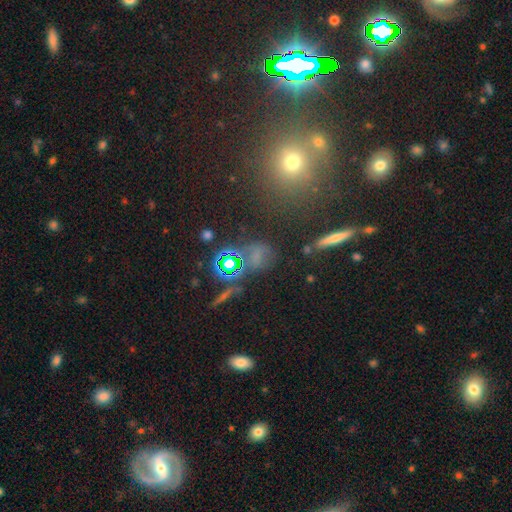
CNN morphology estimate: This appears to be a star or artifact, not a galaxy (44%).